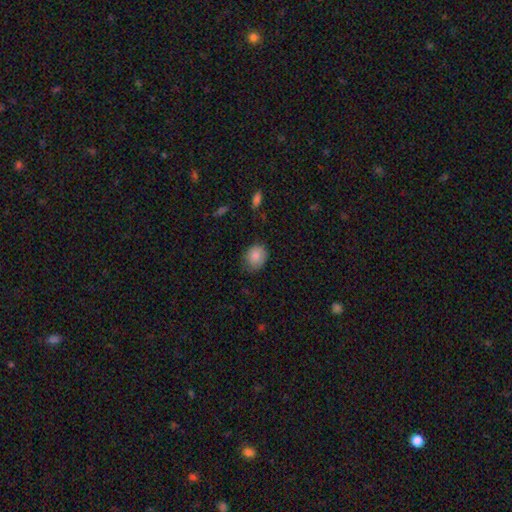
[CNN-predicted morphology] Smooth or featured: smooth — 85% (star or artifact — 8%)
How rounded: round — 60% (in between — 39%)
Merging: none — 70% (minor disturbance — 24%)